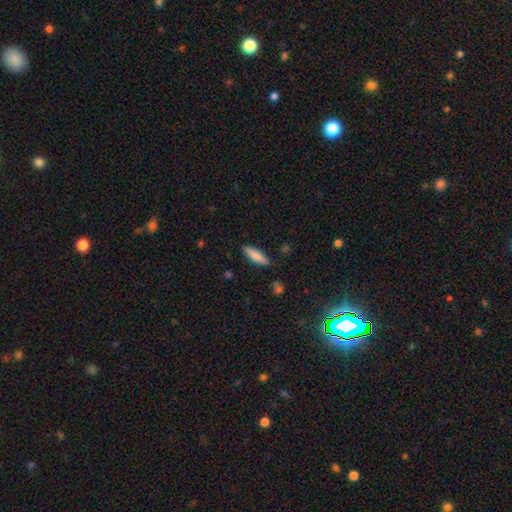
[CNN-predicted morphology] Smooth or featured?
  - smooth: 83% *
  - featured or disk: 11%
  - star or artifact: 6%
How rounded?
  - cigar-shaped: 62% *
  - in between: 36%
  - round: 2%
Merging?
  - none: 86% *
  - minor disturbance: 10%
  - major disturbance: 2%
  - merger: 2%